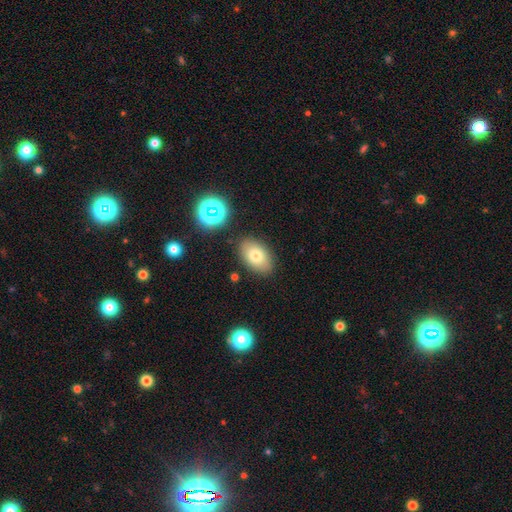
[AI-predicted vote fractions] A smooth galaxy with no disk features (75%) that is in between round and cigar-shaped (89%).

Vote fractions:
- Smooth or featured? smooth: 75% / featured or disk: 14% / star or artifact: 11%
- How rounded? in between: 89% / round: 9% / cigar-shaped: 1%
- Merging? none: 85% / minor disturbance: 10% / merger: 3% / major disturbance: 3%